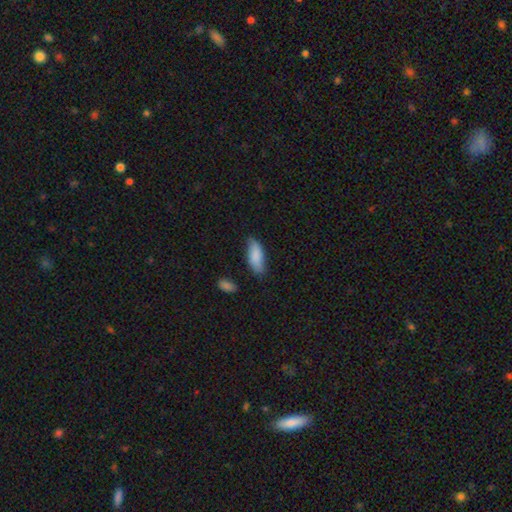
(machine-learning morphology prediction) This appears to be a smooth galaxy with no disk features (84%) that is in between round and cigar-shaped (75%). Merging: none (70%).